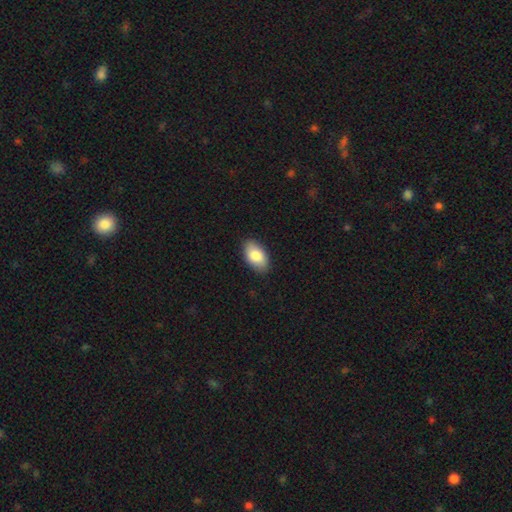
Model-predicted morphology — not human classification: type=smooth (84%); roundness=in between (94%); merging=none (88%).